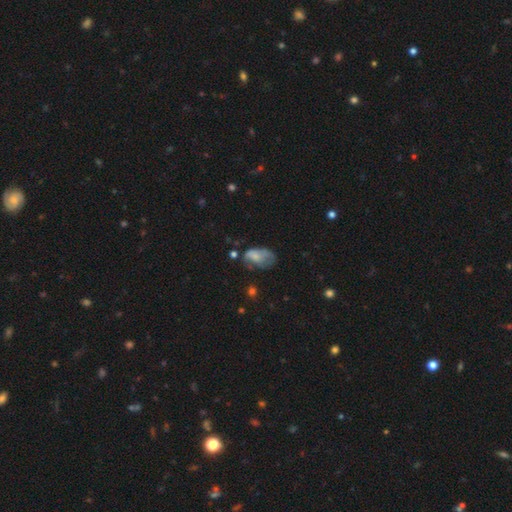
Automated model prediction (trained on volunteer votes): Morphology: type=smooth (62%); roundness=in between (89%); merging=major disturbance (35%).